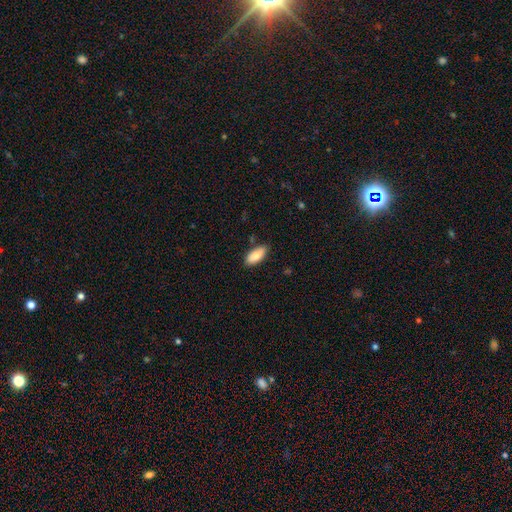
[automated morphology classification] Smooth or featured? smooth (83%)
How rounded? in between (88%)
Merging? none (83%)